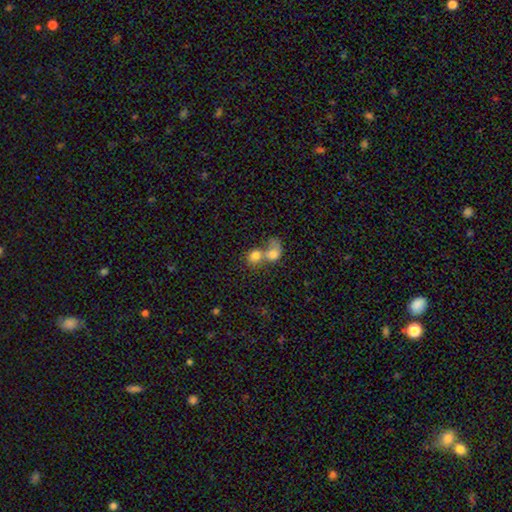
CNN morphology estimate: Q: Smooth or featured?
A: smooth (76%); runner-up: featured or disk (14%)
Q: How rounded?
A: round (68%); runner-up: in between (30%)
Q: Merging?
A: merger (71%); runner-up: none (20%)